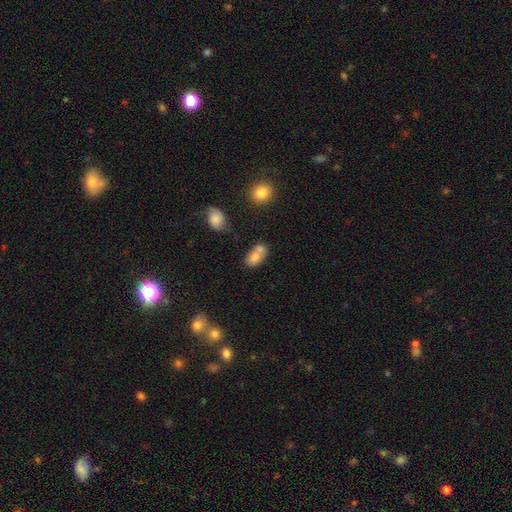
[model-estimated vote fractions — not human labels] smooth 74%, featured or disk 18%, star or artifact 9%. Down the decision tree: how rounded — in between (84%); merging — merger (48%).